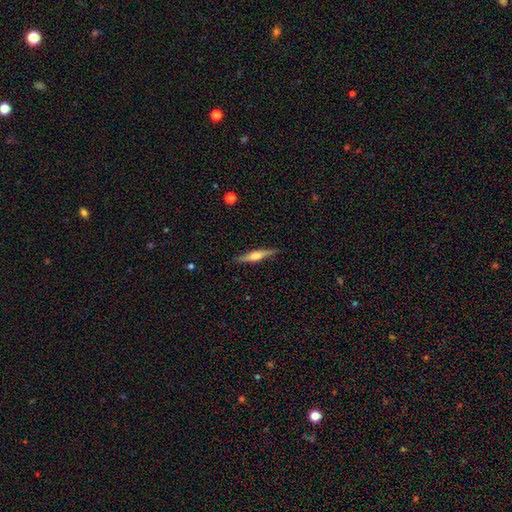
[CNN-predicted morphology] The model was most divided on "smooth or featured": featured or disk: 59%, smooth: 35%, star or artifact: 6%. More confident: edge-on disk — yes (97%); merging — none (89%); edge-on bulge — rounded (81%).